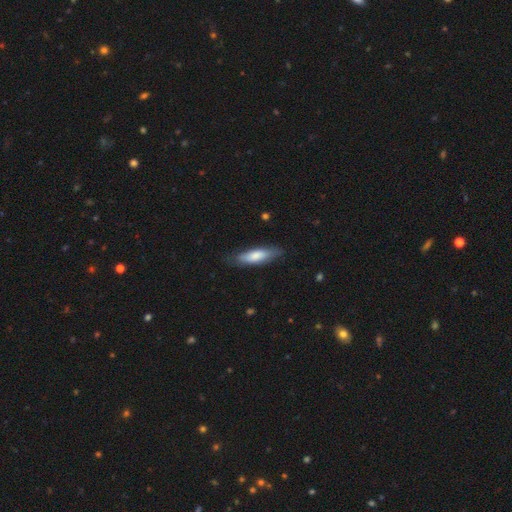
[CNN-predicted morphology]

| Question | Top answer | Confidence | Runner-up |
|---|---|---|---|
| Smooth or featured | smooth | 75% | featured or disk (20%) |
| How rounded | cigar-shaped | 57% | in between (42%) |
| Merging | none | 78% | minor disturbance (17%) |